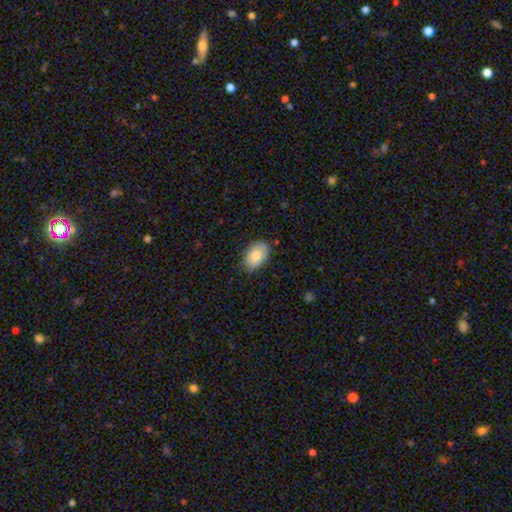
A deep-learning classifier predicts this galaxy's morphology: The model was most divided on "merging": none: 81%, minor disturbance: 15%, major disturbance: 2%, merger: 1%. More confident: how rounded — in between (89%); smooth or featured — smooth (82%).